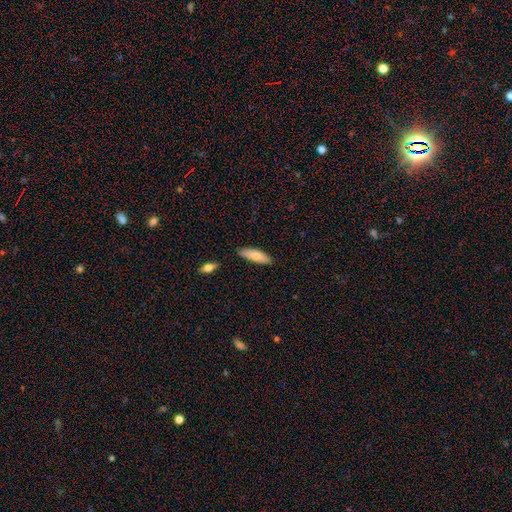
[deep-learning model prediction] The model was most divided on "how rounded": cigar-shaped: 50%, in between: 48%, round: 2%. More confident: merging — none (85%); smooth or featured — smooth (77%).